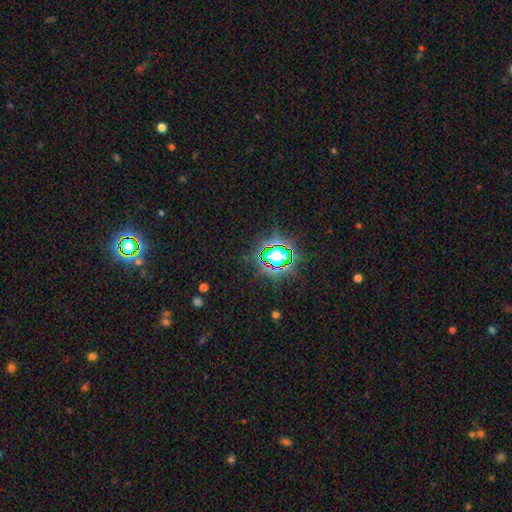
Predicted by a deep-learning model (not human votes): A star or artifact, not a galaxy (81%).

Vote fractions:
- Smooth or featured? star or artifact: 81% / smooth: 12% / featured or disk: 7%